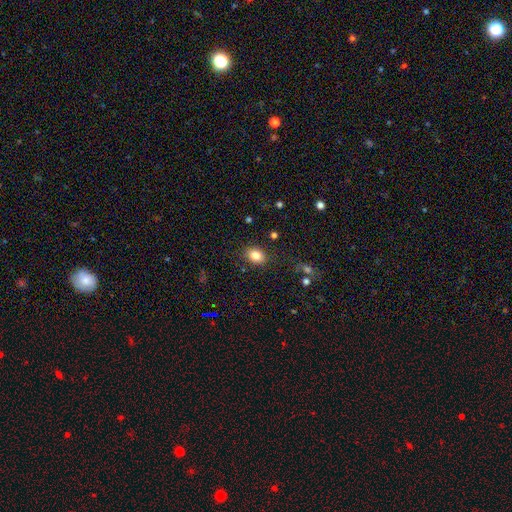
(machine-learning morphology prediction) Smooth or featured? smooth (83%)
How rounded? in between (65%)
Merging? none (85%)